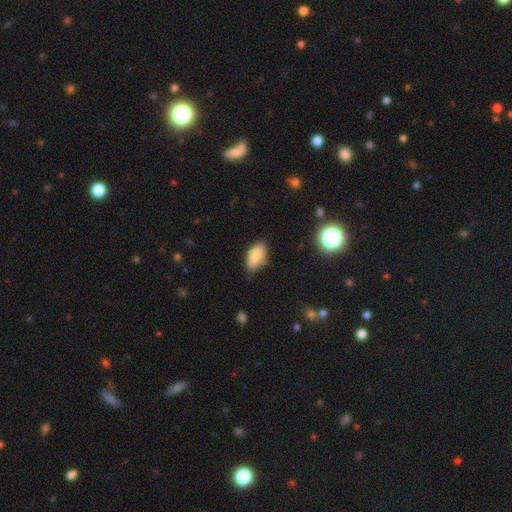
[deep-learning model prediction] smooth-or-featured: smooth: 83% | featured or disk: 9% | star or artifact: 8%
  how-rounded: in between: 93% | round: 4% | cigar-shaped: 3%
  merging: none: 74% | minor disturbance: 21% | major disturbance: 3% | merger: 2%